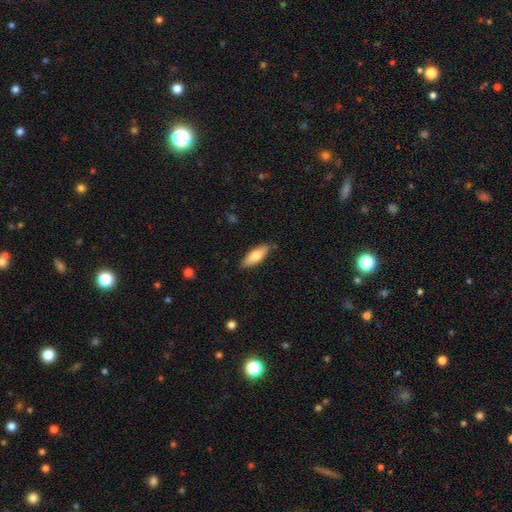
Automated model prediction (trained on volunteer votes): Smooth or featured? smooth (70%)
How rounded? in between (56%)
Merging? none (84%)